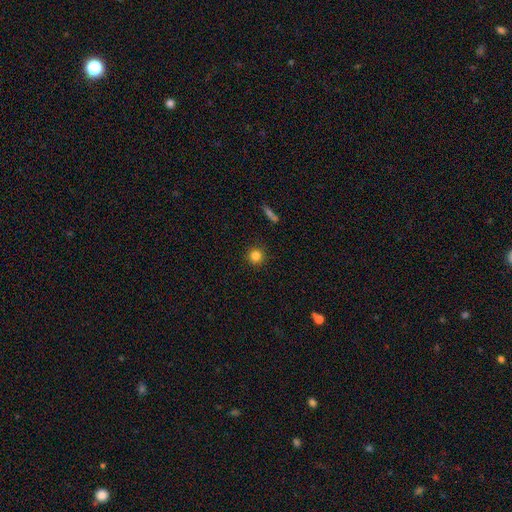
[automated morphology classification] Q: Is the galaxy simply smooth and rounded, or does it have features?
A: smooth — 83%.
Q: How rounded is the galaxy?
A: round — 95%.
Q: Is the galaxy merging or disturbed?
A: none — 91%.